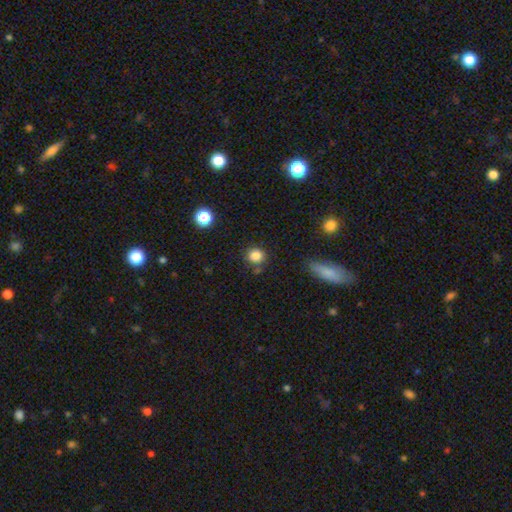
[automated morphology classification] smooth_or_featured: smooth (p=0.84) [alt: star or artifact p=0.11]
how_rounded: round (p=0.86) [alt: in between p=0.13]
merging: none (p=0.79) [alt: minor disturbance p=0.11]